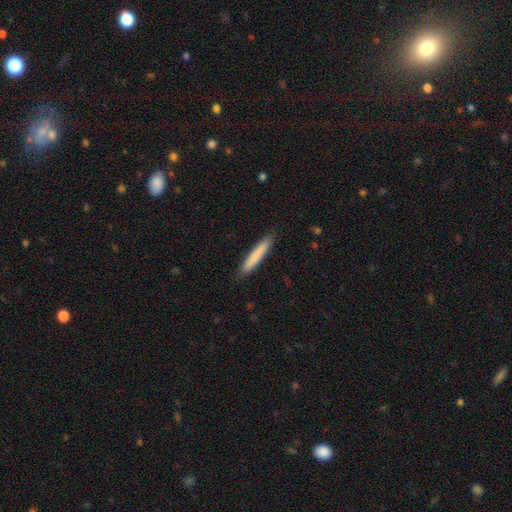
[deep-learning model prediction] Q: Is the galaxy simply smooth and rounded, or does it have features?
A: smooth — 80%.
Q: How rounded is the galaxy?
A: cigar-shaped — 94%.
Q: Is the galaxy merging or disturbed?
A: none — 89%.